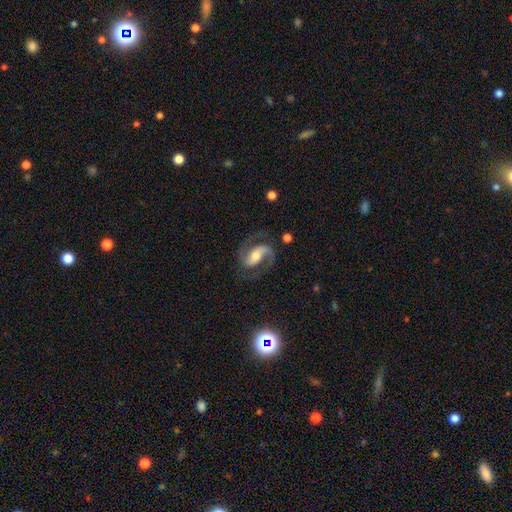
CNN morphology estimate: Smooth or featured?
  - featured or disk: 89% *
  - smooth: 6%
  - star or artifact: 5%
Edge-on disk?
  - no: 97% *
  - yes: 3%
Bar?
  - weak: 38% *
  - strong: 35%
  - no: 27%
Spiral arms?
  - yes: 97% *
  - no: 3%
Spiral winding?
  - medium: 60% *
  - loose: 24%
  - tight: 17%
Spiral arm count?
  - 2: 91% *
  - 1: 4%
  - can't tell: 2%
  - 3: 1%
  - 4: 1%
  - more than 4: 1%
Bulge size?
  - moderate: 64% *
  - small: 22%
  - large: 10%
  - none: 2%
  - dominant: 1%
Merging?
  - none: 76% *
  - minor disturbance: 13%
  - major disturbance: 9%
  - merger: 2%